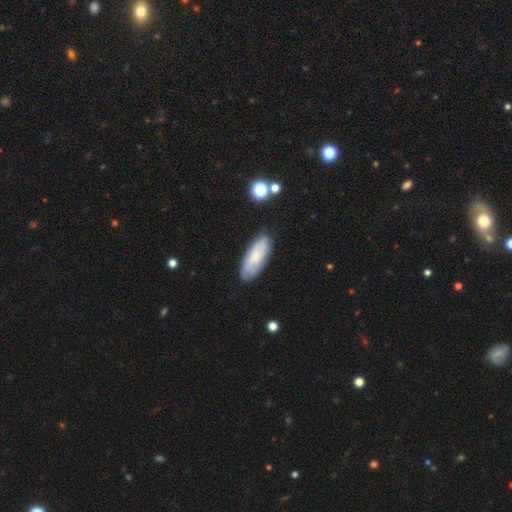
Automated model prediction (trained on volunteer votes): smooth 74%, featured or disk 20%, star or artifact 7%. Down the decision tree: how rounded — in between (70%); merging — none (82%).